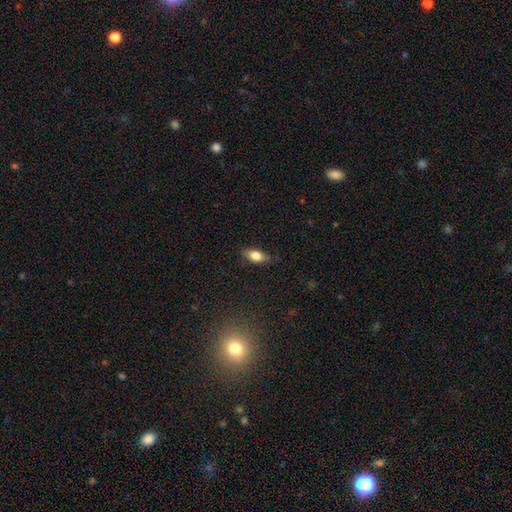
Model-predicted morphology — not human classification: The model was most divided on "merging": none: 78%, minor disturbance: 17%, major disturbance: 4%, merger: 1%. More confident: how rounded — in between (83%); smooth or featured — smooth (78%).